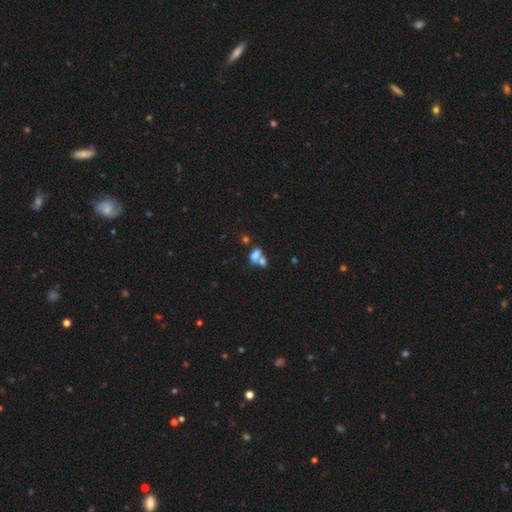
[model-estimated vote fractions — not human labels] Smooth or featured? Predicted: smooth (p=0.73). How rounded? Predicted: in between (p=0.79). Merging? Predicted: merger (p=0.57).